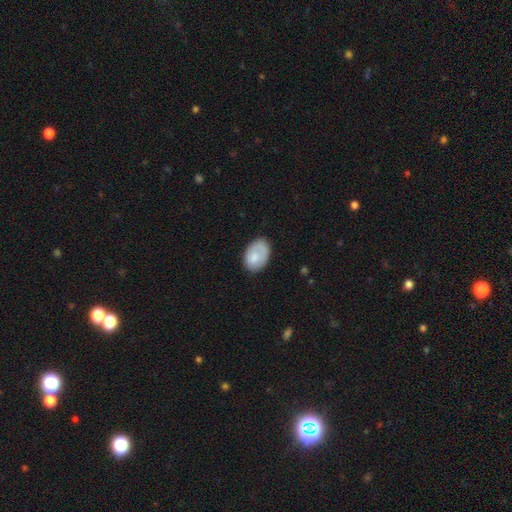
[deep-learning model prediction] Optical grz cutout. It shows a smooth galaxy with no disk features (74%) that is in between round and cigar-shaped (87%). Merging: none (68%).